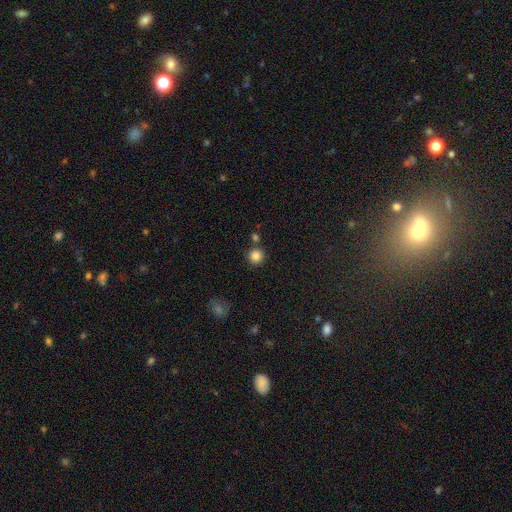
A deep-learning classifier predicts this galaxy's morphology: smooth_or_featured: smooth (p=0.85) [alt: star or artifact p=0.11]
how_rounded: round (p=0.95) [alt: in between p=0.04]
merging: none (p=0.82) [alt: merger p=0.09]